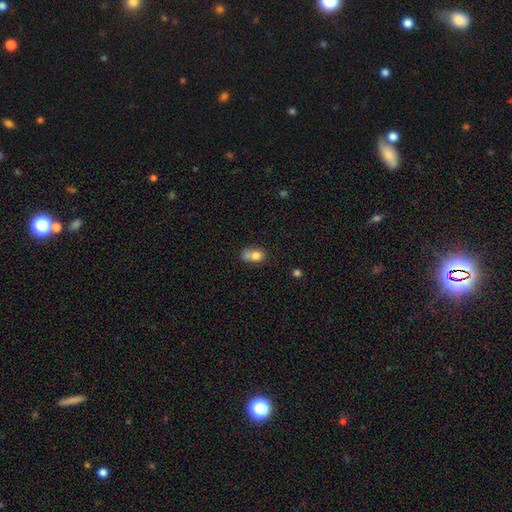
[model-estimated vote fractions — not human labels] smooth-or-featured: smooth: 75% | featured or disk: 14% | star or artifact: 11%
  how-rounded: in between: 57% | round: 42% | cigar-shaped: 2%
  merging: merger: 35% | none: 32% | minor disturbance: 21% | major disturbance: 12%